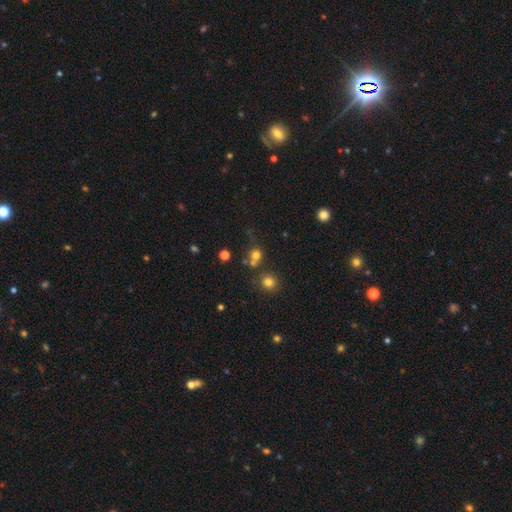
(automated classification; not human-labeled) smooth 70%, star or artifact 20%, featured or disk 10%. Down the decision tree: how rounded — round (83%); merging — none (55%).